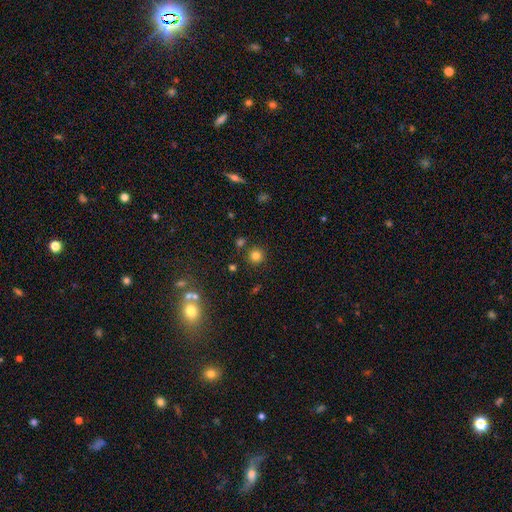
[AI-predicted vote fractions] Overall: smooth (79%). How rounded: round (94%). Merging: none (85%).